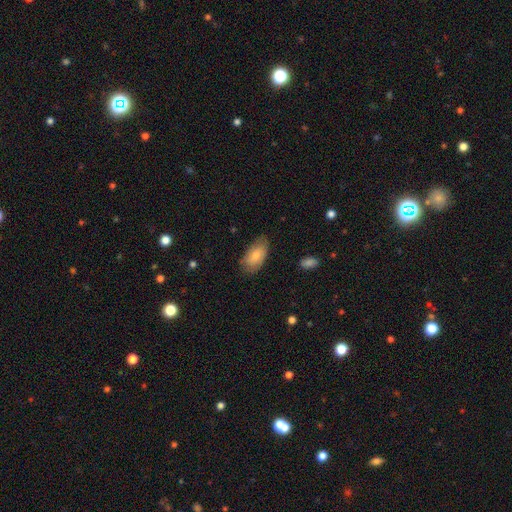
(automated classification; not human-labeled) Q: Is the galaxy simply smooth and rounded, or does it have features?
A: smooth — 73%.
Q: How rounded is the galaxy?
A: in between — 94%.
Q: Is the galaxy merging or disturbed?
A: none — 72%.